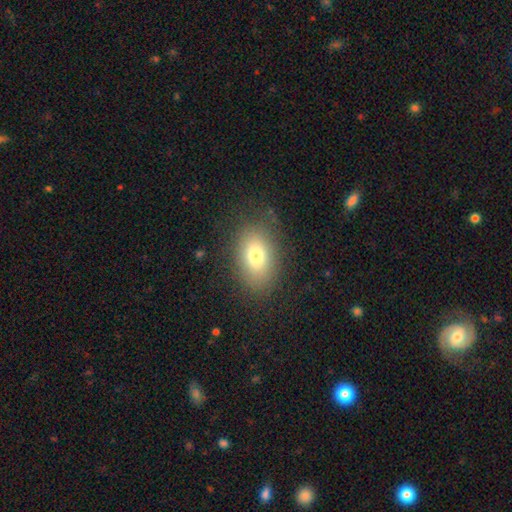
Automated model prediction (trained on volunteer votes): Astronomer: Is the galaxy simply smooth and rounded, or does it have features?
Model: smooth — 76%.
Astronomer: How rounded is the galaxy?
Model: in between — 82%.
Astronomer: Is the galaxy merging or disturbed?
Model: none — 81%.